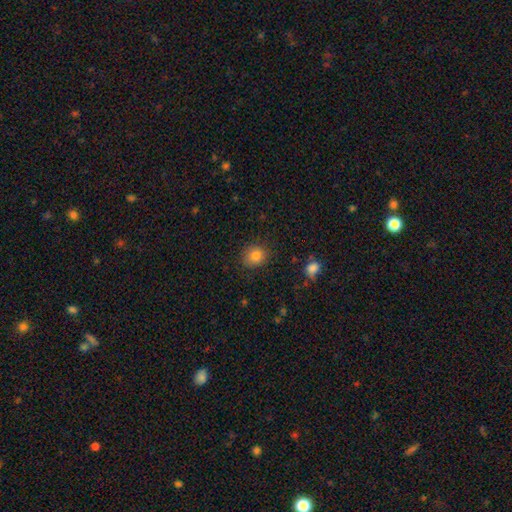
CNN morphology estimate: A smooth galaxy with no disk features (82%) that is round (75%). Merging: none (84%).